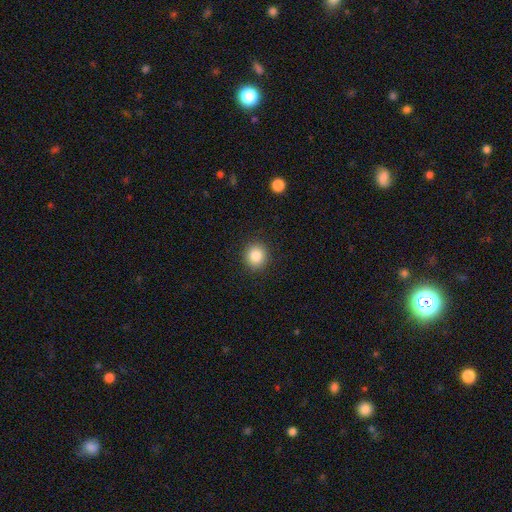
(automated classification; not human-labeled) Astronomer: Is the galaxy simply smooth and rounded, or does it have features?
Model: smooth — 85%.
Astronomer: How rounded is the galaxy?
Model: round — 89%.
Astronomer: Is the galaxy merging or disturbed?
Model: none — 91%.